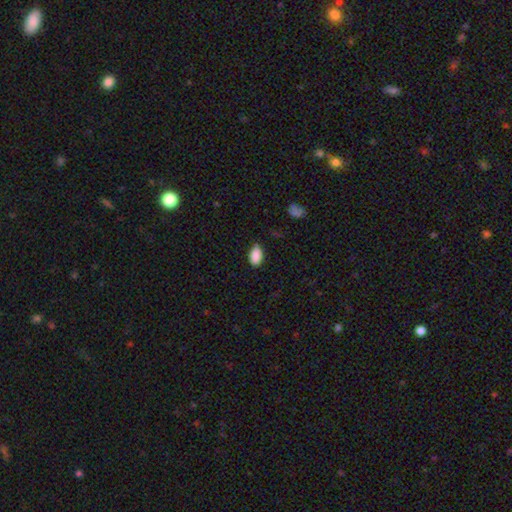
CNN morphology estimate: A smooth galaxy with no disk features (89%) that is in between round and cigar-shaped (93%).

Vote fractions:
- Smooth or featured? smooth: 89% / star or artifact: 7% / featured or disk: 3%
- How rounded? in between: 93% / round: 5% / cigar-shaped: 2%
- Merging? none: 77% / minor disturbance: 19% / major disturbance: 3% / merger: 1%